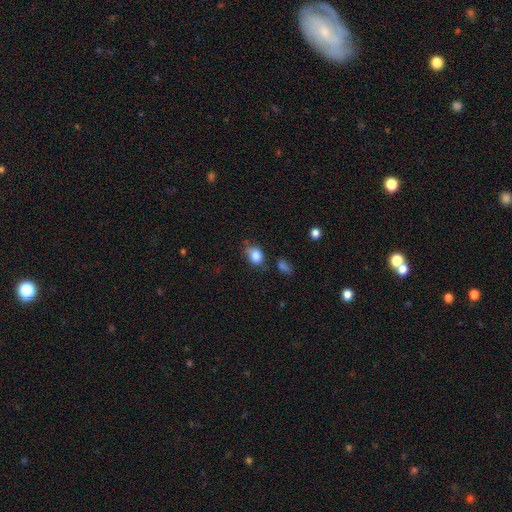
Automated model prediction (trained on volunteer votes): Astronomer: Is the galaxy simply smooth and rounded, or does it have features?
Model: smooth — 84%.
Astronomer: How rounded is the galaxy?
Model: in between — 65%.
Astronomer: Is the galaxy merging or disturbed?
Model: none — 57%.